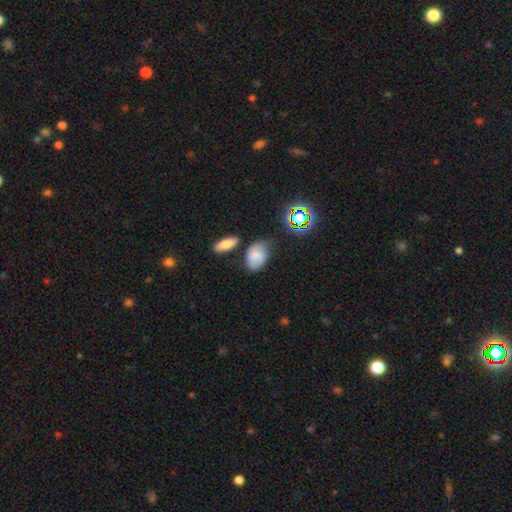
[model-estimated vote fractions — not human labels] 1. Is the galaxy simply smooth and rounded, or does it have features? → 75% smooth, 13% star or artifact, 12% featured or disk.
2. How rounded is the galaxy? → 85% in between, 13% round, 2% cigar-shaped.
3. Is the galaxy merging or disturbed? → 64% none, 22% minor disturbance, 8% merger, 6% major disturbance.